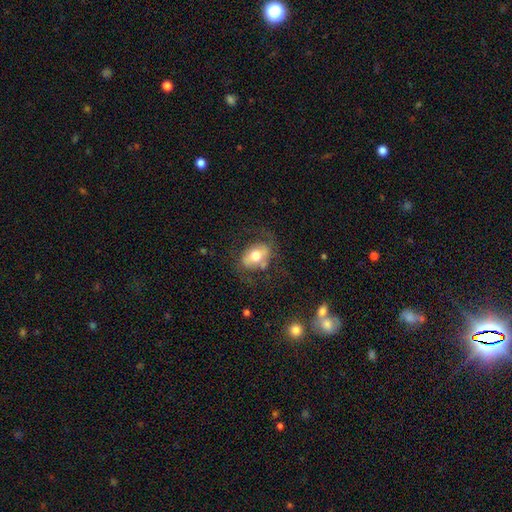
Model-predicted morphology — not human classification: This appears to be a smooth galaxy with no disk features (53%) that is in between round and cigar-shaped (75%). Merging: none (59%).